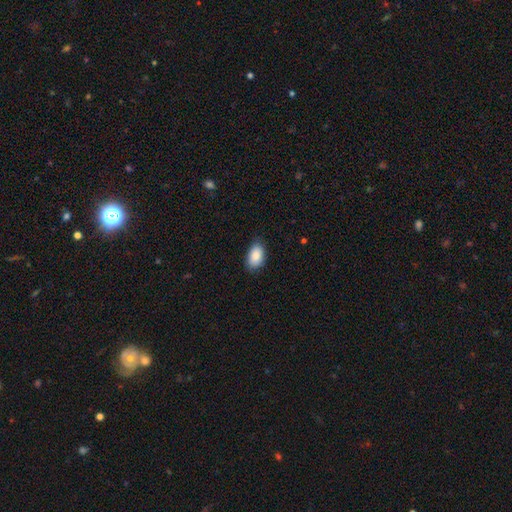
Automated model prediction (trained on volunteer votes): The model was most divided on "merging": none: 81%, minor disturbance: 15%, major disturbance: 3%, merger: 1%. More confident: how rounded — in between (92%); smooth or featured — smooth (88%).